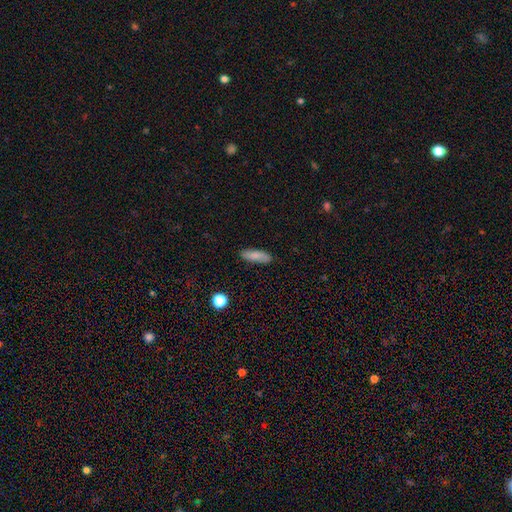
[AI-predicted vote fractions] Smooth or featured?
  - smooth: 79% *
  - featured or disk: 14%
  - star or artifact: 7%
How rounded?
  - in between: 50% *
  - cigar-shaped: 48%
  - round: 2%
Merging?
  - none: 86% *
  - minor disturbance: 10%
  - major disturbance: 2%
  - merger: 1%